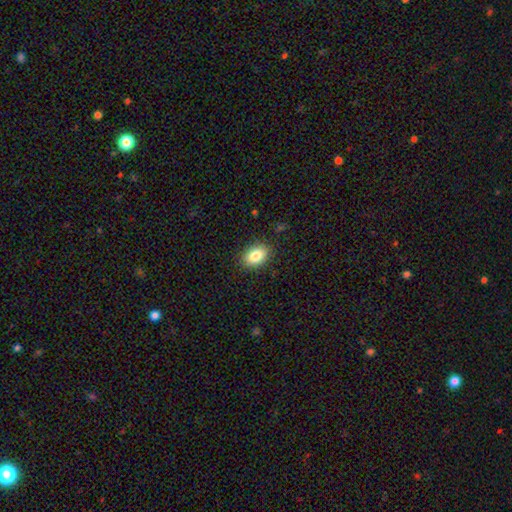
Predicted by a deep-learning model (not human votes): A smooth galaxy with no disk features (84%) that is in between round and cigar-shaped (84%). Merging: none (88%).